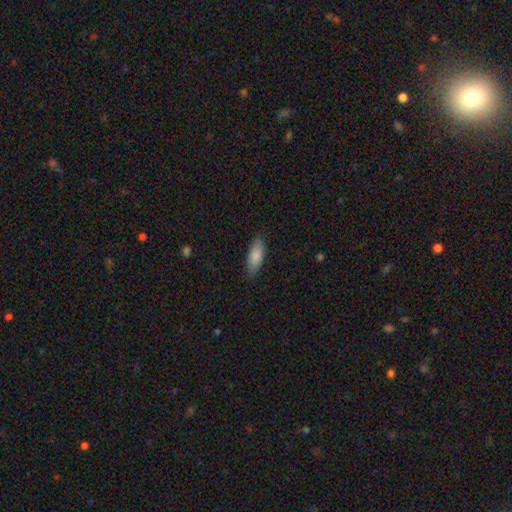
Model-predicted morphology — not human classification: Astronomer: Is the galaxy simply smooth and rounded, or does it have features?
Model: smooth — 85%.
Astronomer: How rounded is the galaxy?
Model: in between — 69%.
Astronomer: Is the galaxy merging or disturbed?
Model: none — 85%.